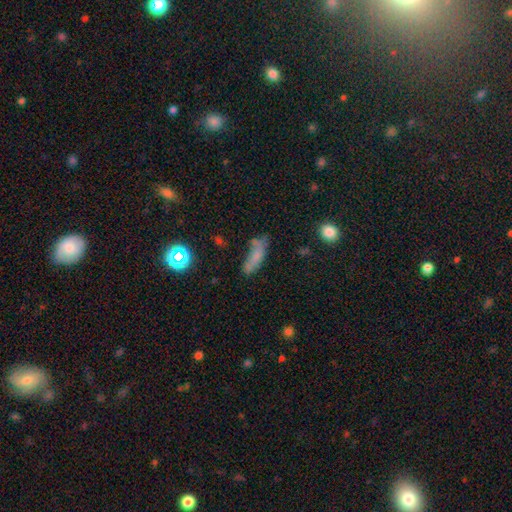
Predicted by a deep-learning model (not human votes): Q: Smooth or featured?
A: smooth (65%); runner-up: featured or disk (22%)
Q: How rounded?
A: cigar-shaped (55%); runner-up: in between (41%)
Q: Merging?
A: none (43%); runner-up: minor disturbance (28%)